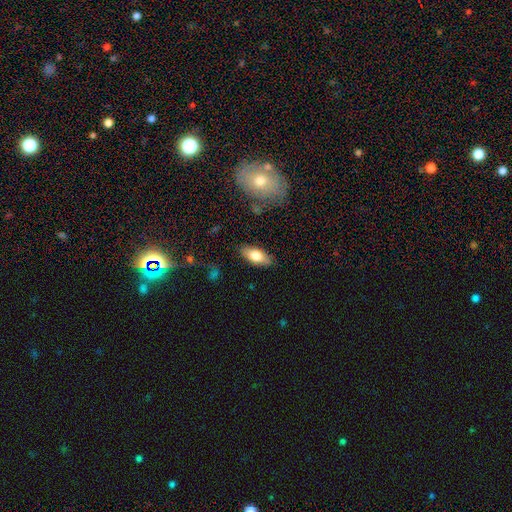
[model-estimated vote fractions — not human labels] Overall: smooth (72%). How rounded: in between (80%). Merging: none (85%).